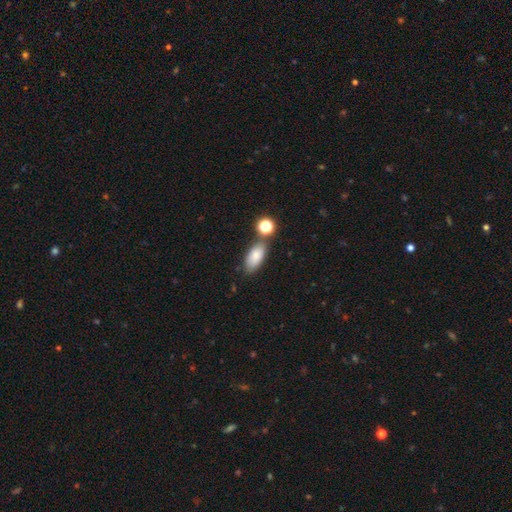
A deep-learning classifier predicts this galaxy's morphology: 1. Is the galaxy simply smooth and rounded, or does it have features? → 81% smooth, 10% featured or disk, 9% star or artifact.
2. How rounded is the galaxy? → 86% in between, 9% cigar-shaped, 5% round.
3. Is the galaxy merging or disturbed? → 66% none, 16% minor disturbance, 14% merger, 5% major disturbance.